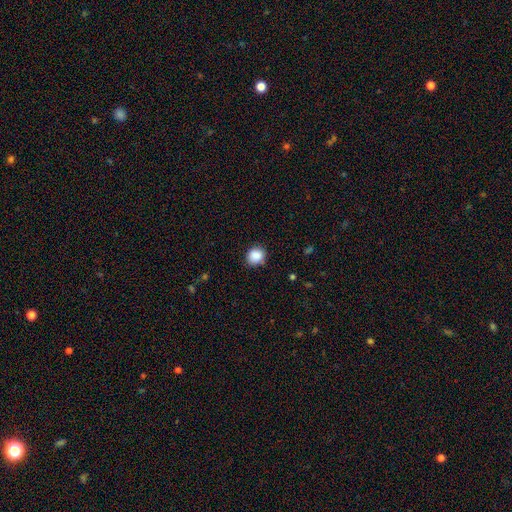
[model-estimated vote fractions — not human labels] Smooth or featured: smooth — 88% (star or artifact — 9%)
How rounded: round — 80% (in between — 19%)
Merging: none — 84% (minor disturbance — 12%)